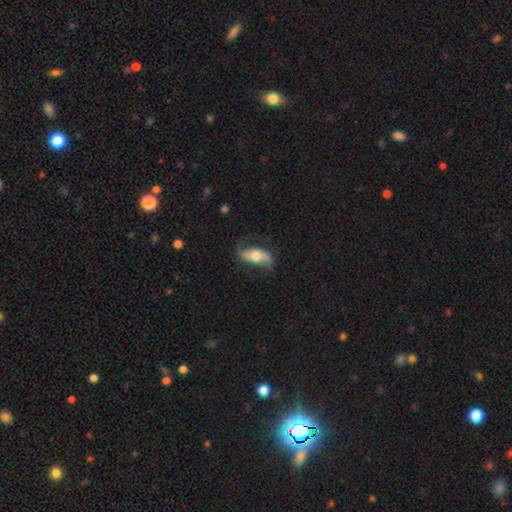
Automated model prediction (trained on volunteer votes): This is possibly a featured or disk galaxy (52%). It is clearly not viewed edge-on (80%). Merging: likely none (67%).